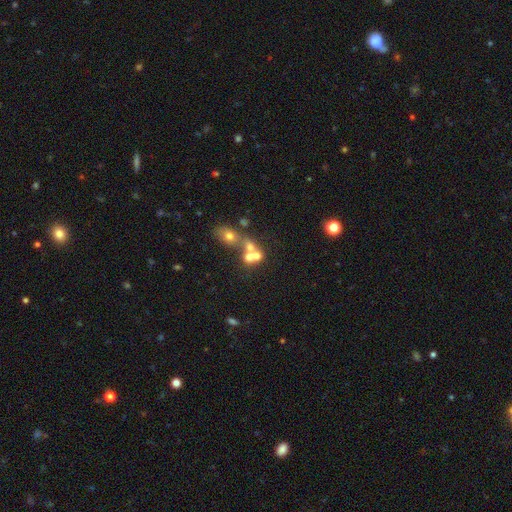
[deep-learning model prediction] This is possibly a smooth galaxy (49%). Merging: possibly merger (58%).